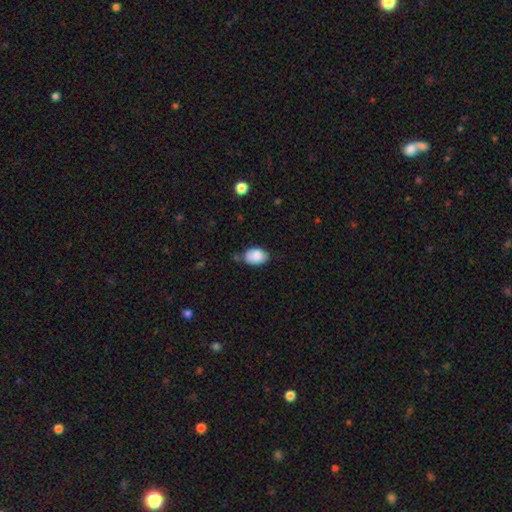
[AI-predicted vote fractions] Q: Smooth or featured?
A: smooth (86%); runner-up: star or artifact (7%)
Q: How rounded?
A: in between (85%); runner-up: round (14%)
Q: Merging?
A: none (65%); runner-up: minor disturbance (26%)